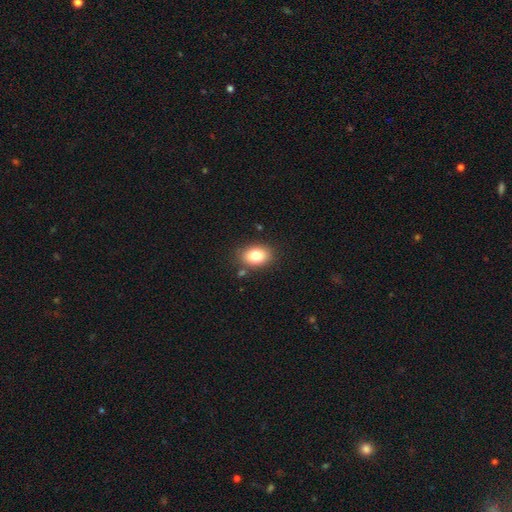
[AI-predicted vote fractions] smooth_or_featured: smooth (p=0.81) [alt: featured or disk p=0.10]
how_rounded: in between (p=0.77) [alt: round p=0.22]
merging: none (p=0.83) [alt: minor disturbance p=0.11]